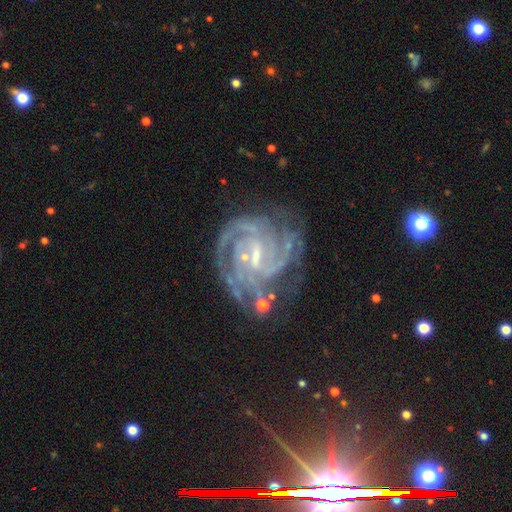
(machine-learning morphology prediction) Smooth or featured? Predicted: featured or disk (p=0.88). Edge-on disk? Predicted: no (p=0.98). Bar? Predicted: weak (p=0.52). Spiral arms? Predicted: yes (p=0.98). Spiral winding? Predicted: tight (p=0.65). Spiral arm count? Predicted: 3 (p=0.26). Bulge size? Predicted: small (p=0.66). Merging? Predicted: none (p=0.64).